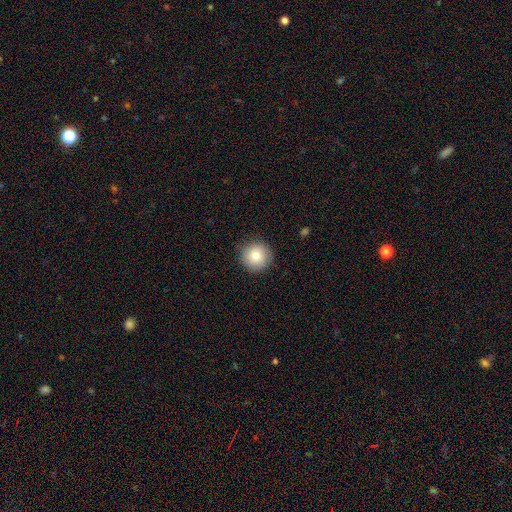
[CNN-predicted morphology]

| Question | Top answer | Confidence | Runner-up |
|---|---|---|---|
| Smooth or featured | smooth | 82% | featured or disk (10%) |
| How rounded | round | 95% | in between (4%) |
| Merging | none | 87% | minor disturbance (9%) |